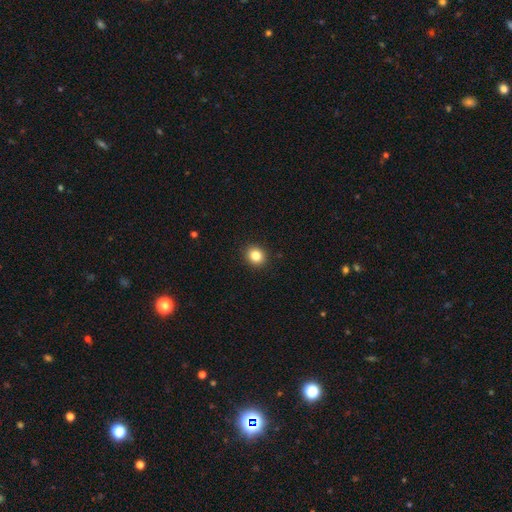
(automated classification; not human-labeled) smooth-or-featured: smooth: 84% | star or artifact: 11% | featured or disk: 5%
  how-rounded: round: 76% | in between: 23% | cigar-shaped: 1%
  merging: none: 92% | minor disturbance: 5% | major disturbance: 2% | merger: 1%